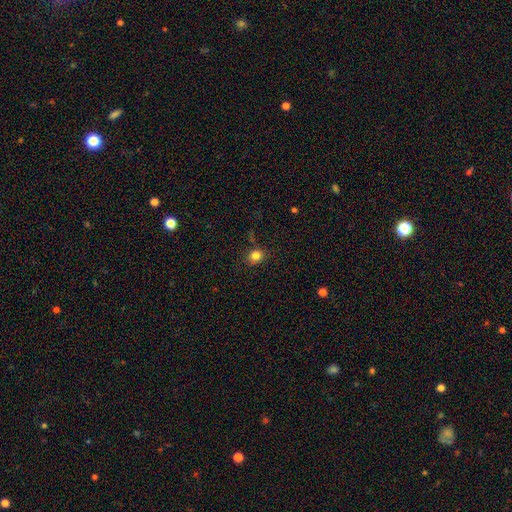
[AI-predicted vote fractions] A smooth galaxy with no disk features (81%) that is round (73%). Merging: none (82%).